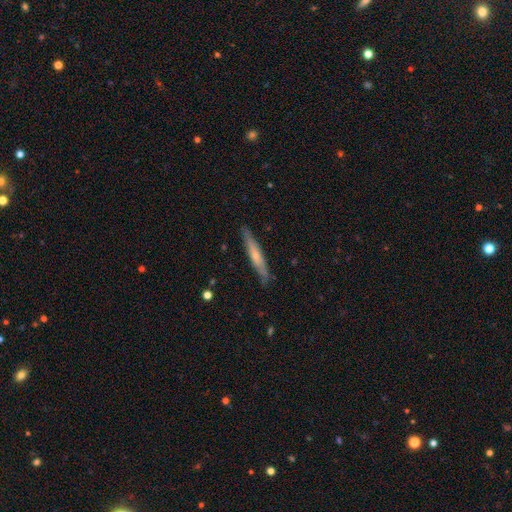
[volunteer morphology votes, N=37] type=smooth (51%); roundness=cigar-shaped (89%); merging=none (80%).